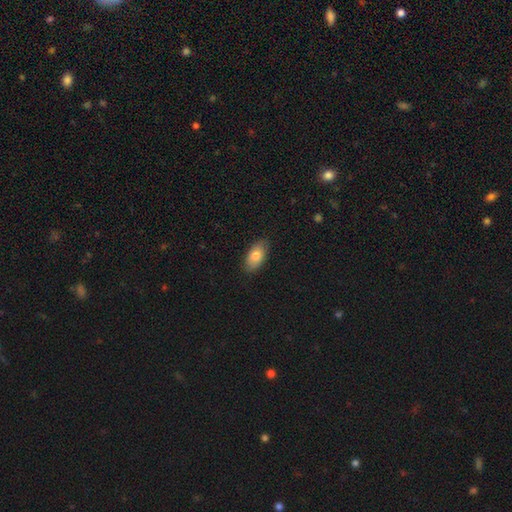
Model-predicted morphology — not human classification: Smooth or featured? Predicted: smooth (p=0.79). How rounded? Predicted: in between (p=0.93). Merging? Predicted: none (p=0.85).